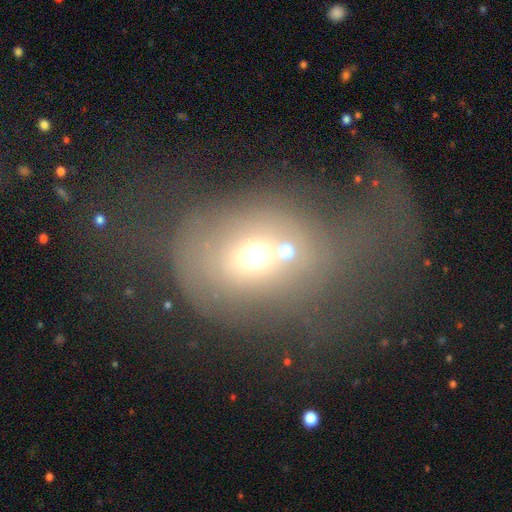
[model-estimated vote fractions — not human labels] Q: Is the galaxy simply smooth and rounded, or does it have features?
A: smooth — 55%.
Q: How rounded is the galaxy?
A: round — 58%.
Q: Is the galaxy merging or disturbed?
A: major disturbance — 51%.